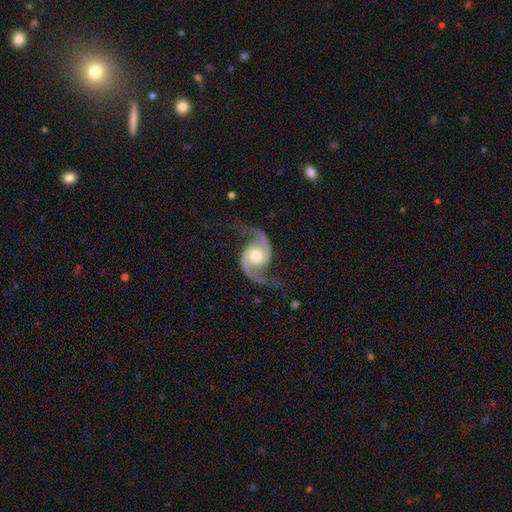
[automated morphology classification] The model was most divided on "spiral winding": loose: 48%, medium: 43%, tight: 9%. More confident: spiral arms — yes (98%); edge-on disk — no (98%); spiral arm count — 2 (95%); smooth or featured — featured or disk (94%); merging — none (78%); bulge size — moderate (70%); bar — no (69%).